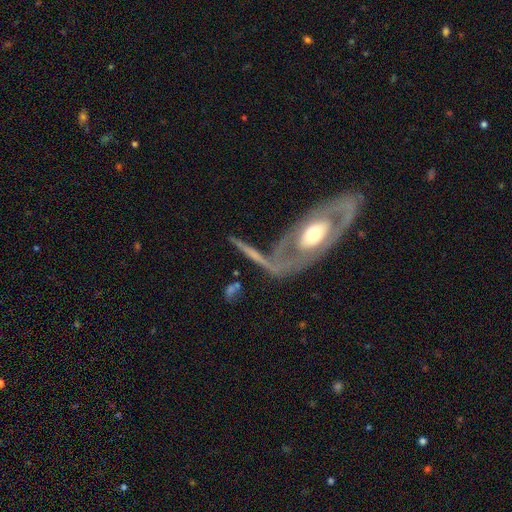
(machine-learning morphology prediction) Smooth or featured? Predicted: featured or disk (p=0.70). Edge-on disk? Predicted: no (p=0.63). Merging? Predicted: none (p=0.60).